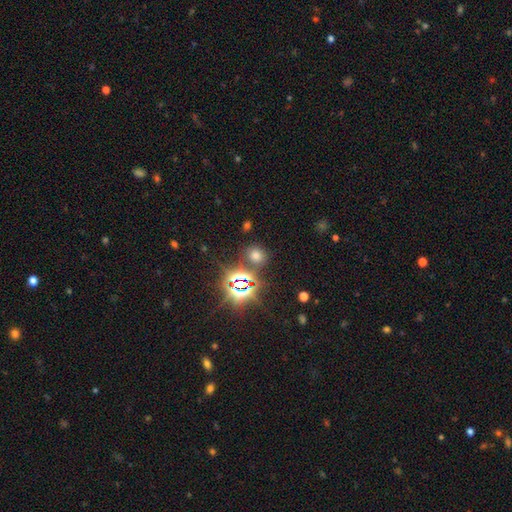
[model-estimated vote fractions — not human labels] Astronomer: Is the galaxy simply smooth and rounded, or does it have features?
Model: smooth — 57% (runner-up: star or artifact, 36%).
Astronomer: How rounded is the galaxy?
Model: round — 67%.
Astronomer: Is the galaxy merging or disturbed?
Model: none — 80%.